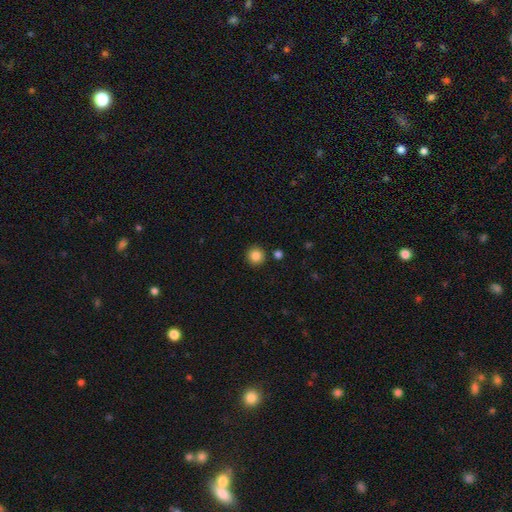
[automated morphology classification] Smooth or featured? Predicted: smooth (p=0.86). How rounded? Predicted: round (p=0.95). Merging? Predicted: none (p=0.90).